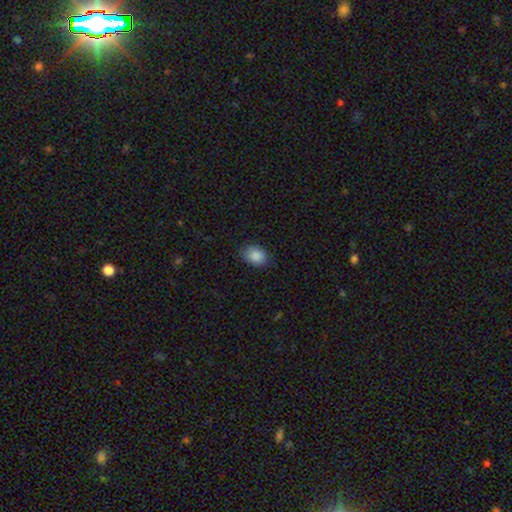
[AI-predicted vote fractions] Smooth or featured: smooth — 88% (star or artifact — 8%)
How rounded: in between — 74% (round — 25%)
Merging: none — 83% (minor disturbance — 14%)